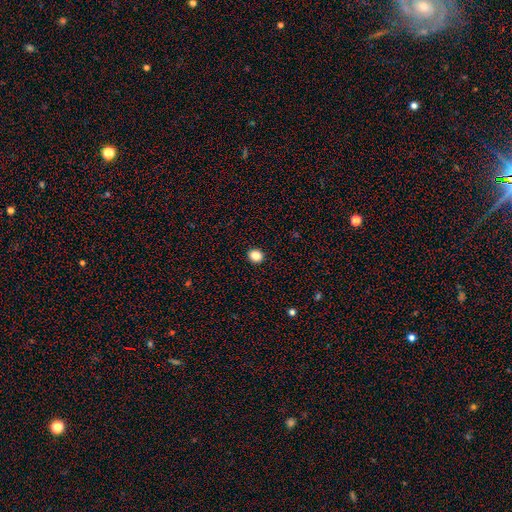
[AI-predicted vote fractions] Q: Smooth or featured?
A: smooth (85%); runner-up: star or artifact (11%)
Q: How rounded?
A: round (81%); runner-up: in between (18%)
Q: Merging?
A: none (93%); runner-up: minor disturbance (5%)